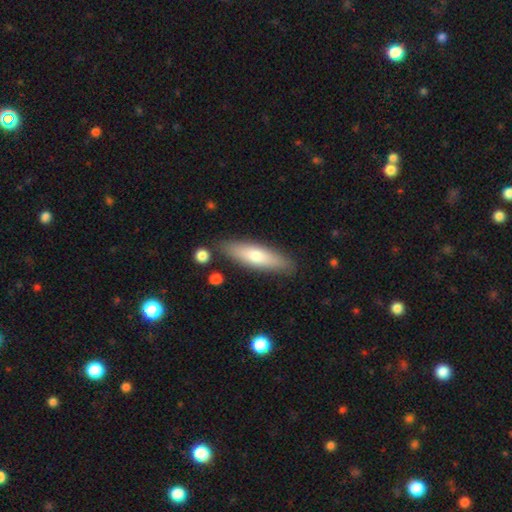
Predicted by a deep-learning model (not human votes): Smooth or featured: smooth — 64% (featured or disk — 30%)
How rounded: cigar-shaped — 66% (in between — 32%)
Merging: none — 86% (minor disturbance — 10%)